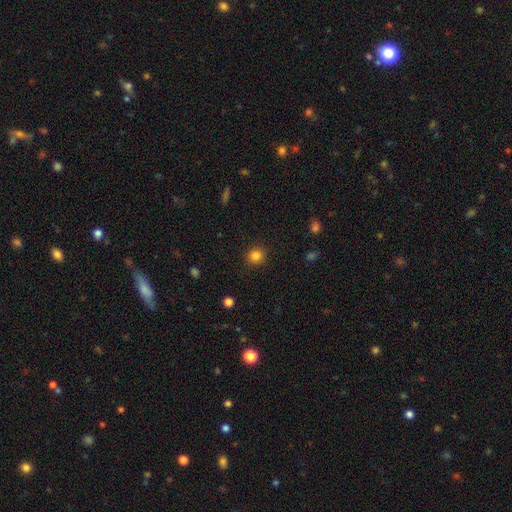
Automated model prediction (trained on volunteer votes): smooth-or-featured: smooth: 84% | star or artifact: 12% | featured or disk: 5%
  how-rounded: round: 89% | in between: 10% | cigar-shaped: 1%
  merging: none: 91% | minor disturbance: 6% | major disturbance: 2% | merger: 1%